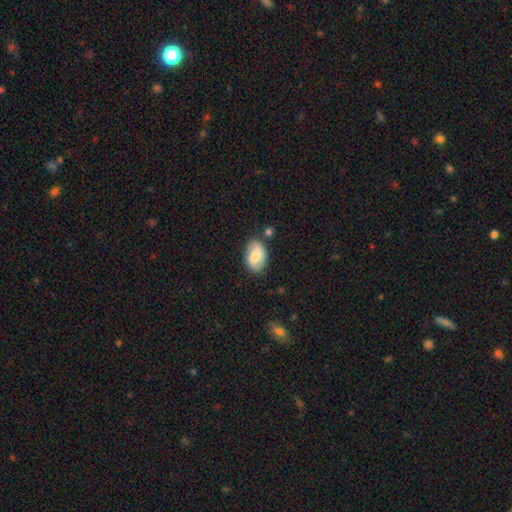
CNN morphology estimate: Smooth or featured? smooth (62%)
How rounded? in between (89%)
Merging? none (75%)